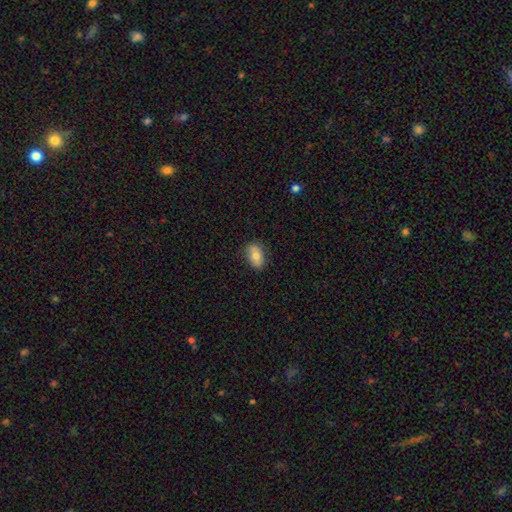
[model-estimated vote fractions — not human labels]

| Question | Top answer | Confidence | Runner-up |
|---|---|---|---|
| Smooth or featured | smooth | 73% | featured or disk (20%) |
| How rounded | in between | 87% | round (10%) |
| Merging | none | 81% | minor disturbance (15%) |